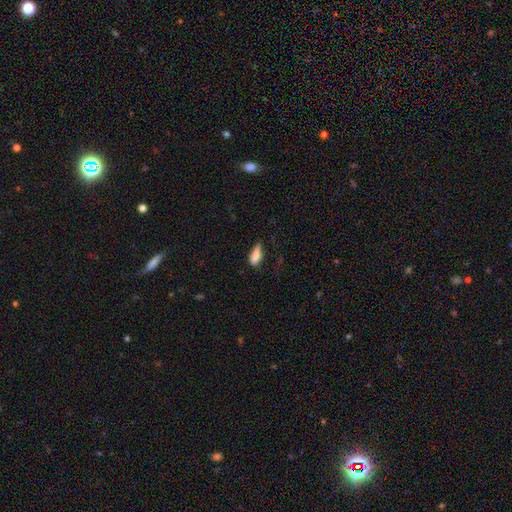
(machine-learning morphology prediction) A smooth galaxy with no disk features (80%) that is in between round and cigar-shaped (64%).

Vote fractions:
- Smooth or featured? smooth: 80% / featured or disk: 13% / star or artifact: 7%
- How rounded? in between: 64% / cigar-shaped: 33% / round: 3%
- Merging? none: 50% / minor disturbance: 35% / major disturbance: 13% / merger: 3%